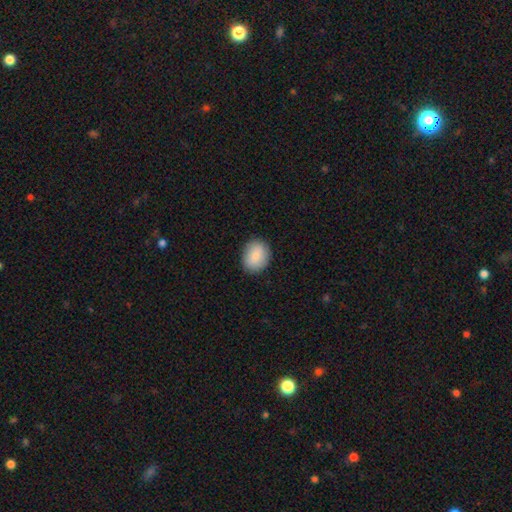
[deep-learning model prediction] Morphology: type=smooth (85%); roundness=round (53%); merging=none (87%).